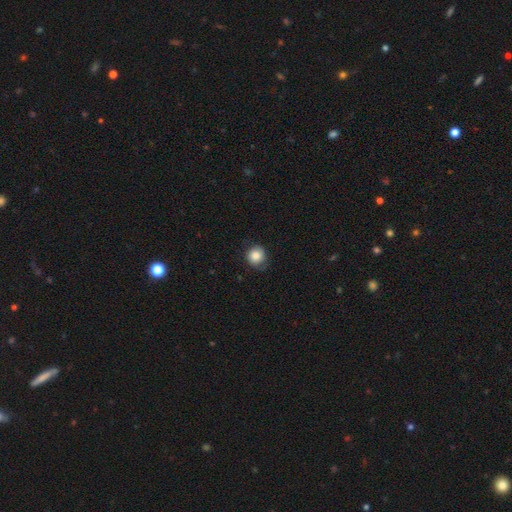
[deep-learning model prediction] Smooth or featured? Predicted: smooth (p=0.83). How rounded? Predicted: round (p=0.89). Merging? Predicted: none (p=0.74).